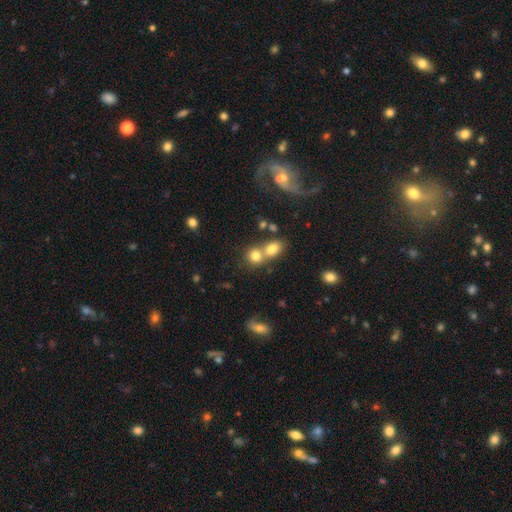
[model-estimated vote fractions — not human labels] smooth_or_featured: smooth (p=0.77) [alt: star or artifact p=0.12]
how_rounded: round (p=0.72) [alt: in between p=0.26]
merging: merger (p=0.54) [alt: none p=0.36]